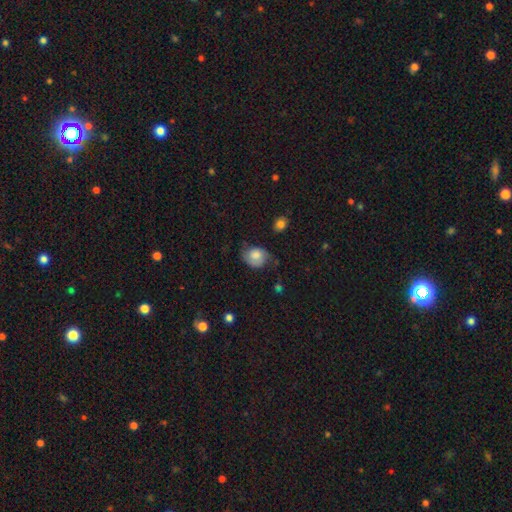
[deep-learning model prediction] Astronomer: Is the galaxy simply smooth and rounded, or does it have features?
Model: smooth — 60%.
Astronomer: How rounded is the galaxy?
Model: in between — 50% (runner-up: round, 49%).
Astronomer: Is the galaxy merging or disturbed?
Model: none — 53% (runner-up: minor disturbance, 32%).